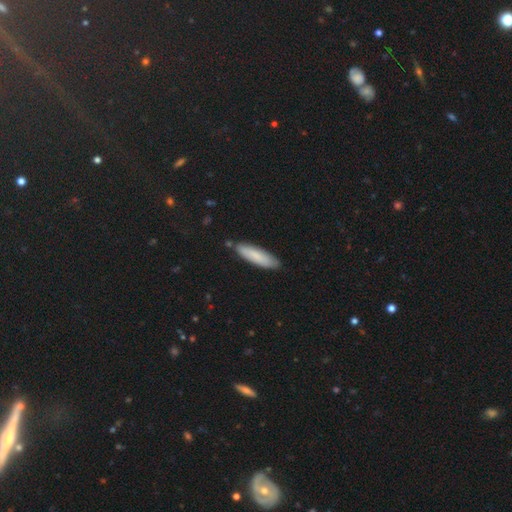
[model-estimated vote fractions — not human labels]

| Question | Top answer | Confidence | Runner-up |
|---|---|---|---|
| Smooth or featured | smooth | 81% | featured or disk (13%) |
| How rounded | cigar-shaped | 71% | in between (28%) |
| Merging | none | 84% | minor disturbance (12%) |